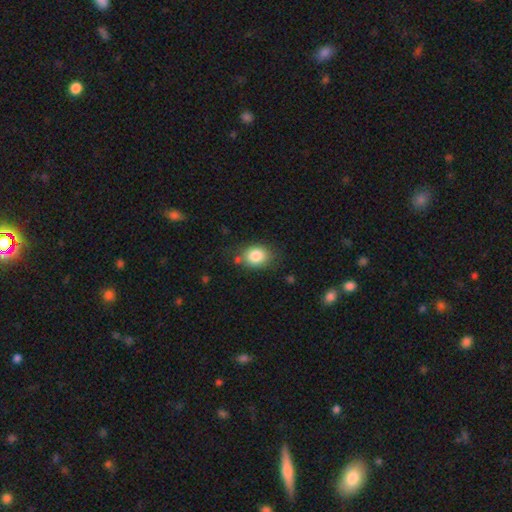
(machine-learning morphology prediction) smooth-or-featured: smooth: 83% | star or artifact: 9% | featured or disk: 8%
  how-rounded: in between: 51% | round: 48% | cigar-shaped: 1%
  merging: none: 75% | minor disturbance: 17% | major disturbance: 5% | merger: 4%